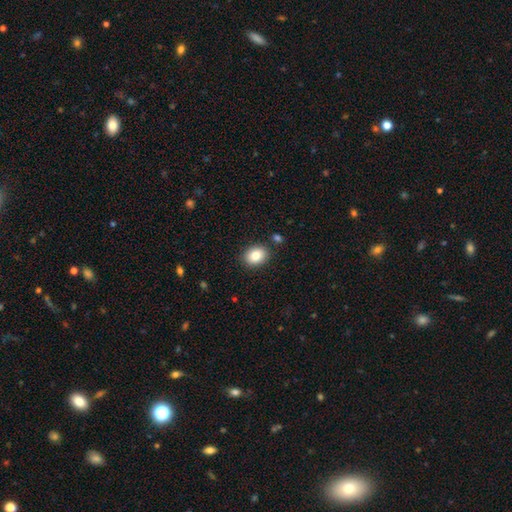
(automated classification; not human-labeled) This appears to be a smooth galaxy with no disk features (84%) that is in between round and cigar-shaped (62%). Merging: none (87%).